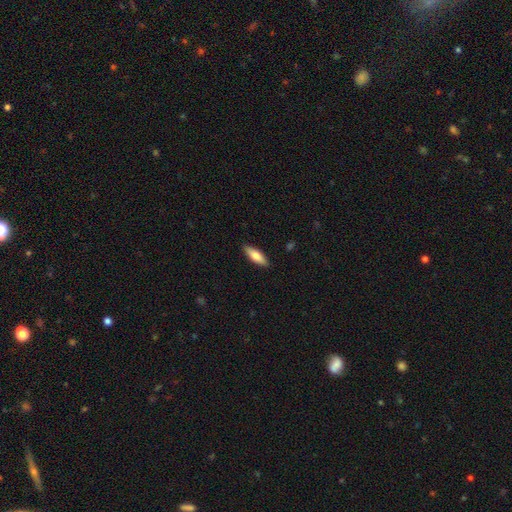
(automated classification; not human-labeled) smooth-or-featured: smooth: 76% | featured or disk: 18% | star or artifact: 6%
  how-rounded: in between: 60% | cigar-shaped: 39% | round: 2%
  merging: none: 88% | minor disturbance: 9% | major disturbance: 2% | merger: 1%